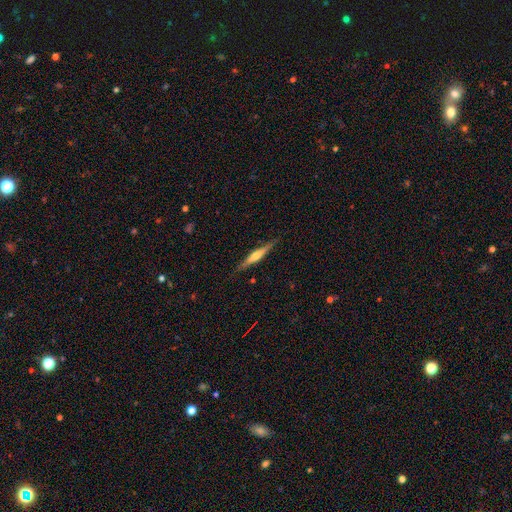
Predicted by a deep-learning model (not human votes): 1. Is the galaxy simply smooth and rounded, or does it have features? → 64% featured or disk, 30% smooth, 6% star or artifact.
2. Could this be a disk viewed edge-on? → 97% yes, 3% no.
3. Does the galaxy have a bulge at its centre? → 82% rounded, 10% none, 8% boxy.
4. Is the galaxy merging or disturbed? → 87% none, 10% minor disturbance, 2% major disturbance, 1% merger.